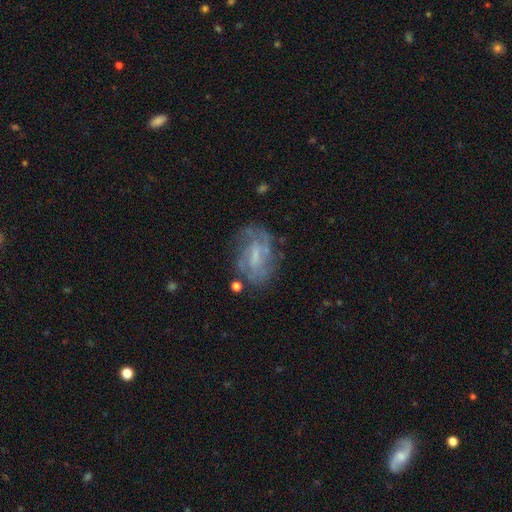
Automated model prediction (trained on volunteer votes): This appears to be a featured or disk galaxy (68%) with a weak bar (51%), tight (43%) spiral arms (78%) and a small central bulge (41%). Merging: none (64%).